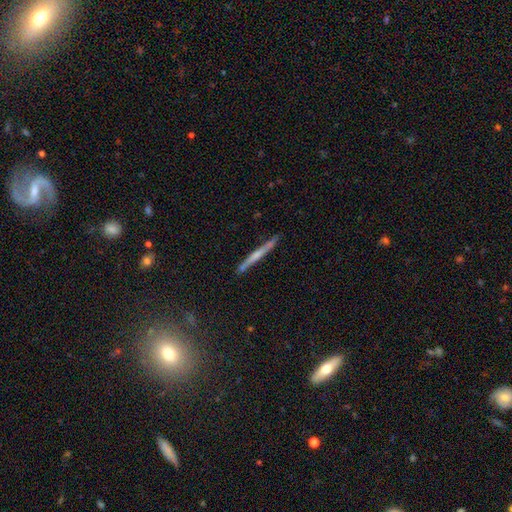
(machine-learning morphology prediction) Q: Smooth or featured?
A: featured or disk (53%); runner-up: smooth (41%)
Q: Edge-on disk?
A: yes (97%); runner-up: no (3%)
Q: Edge-on bulge?
A: none (53%); runner-up: rounded (36%)
Q: Merging?
A: none (84%); runner-up: minor disturbance (11%)